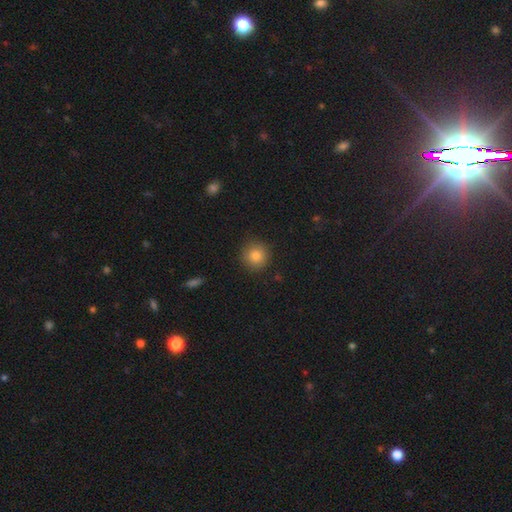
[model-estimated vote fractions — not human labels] smooth 82%, star or artifact 11%, featured or disk 7%. Down the decision tree: how rounded — round (93%); merging — none (88%).